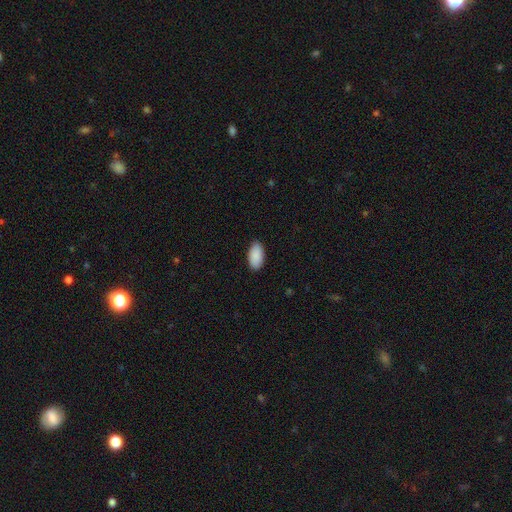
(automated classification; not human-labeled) A smooth galaxy with no disk features (91%) that is in between round and cigar-shaped (96%).

Vote fractions:
- Smooth or featured? smooth: 91% / star or artifact: 6% / featured or disk: 3%
- How rounded? in between: 96% / round: 2% / cigar-shaped: 2%
- Merging? none: 87% / minor disturbance: 10% / major disturbance: 2% / merger: 1%